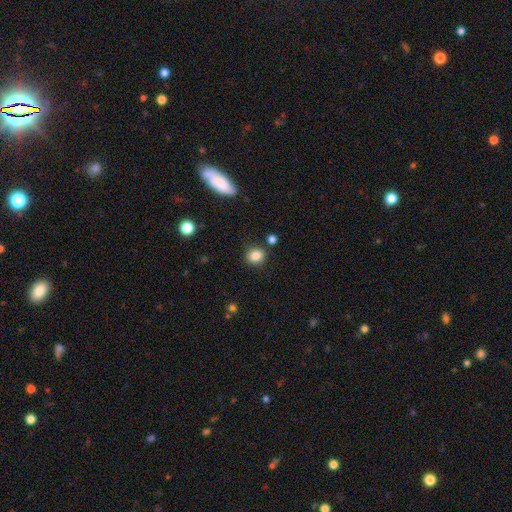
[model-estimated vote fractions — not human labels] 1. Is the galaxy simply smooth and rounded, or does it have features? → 85% smooth, 10% star or artifact, 5% featured or disk.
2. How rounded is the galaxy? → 77% round, 22% in between, 1% cigar-shaped.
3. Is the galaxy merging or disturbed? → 84% none, 10% minor disturbance, 4% merger, 3% major disturbance.